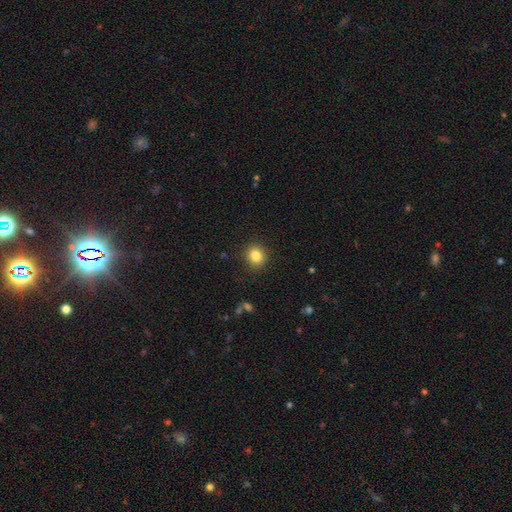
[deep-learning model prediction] smooth 84%, star or artifact 11%, featured or disk 6%. Down the decision tree: how rounded — round (83%); merging — none (90%).